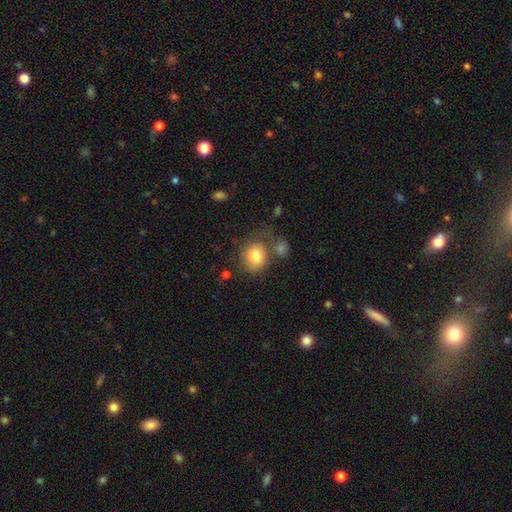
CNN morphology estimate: smooth-or-featured: smooth: 81% | featured or disk: 10% | star or artifact: 9%
  how-rounded: round: 69% | in between: 30% | cigar-shaped: 1%
  merging: none: 57% | minor disturbance: 18% | merger: 16% | major disturbance: 10%